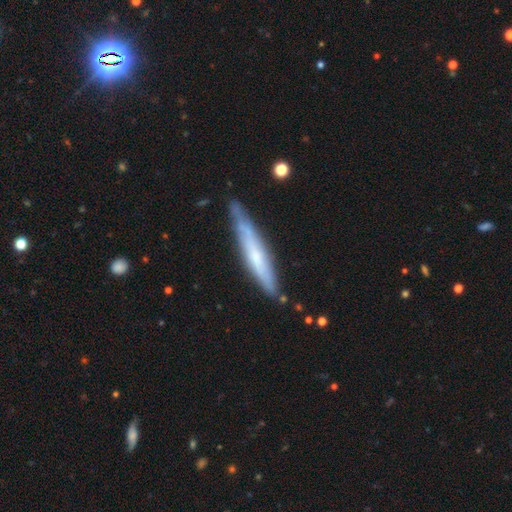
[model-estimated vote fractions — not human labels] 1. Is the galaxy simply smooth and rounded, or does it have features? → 52% featured or disk, 41% smooth, 6% star or artifact.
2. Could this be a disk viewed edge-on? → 83% yes, 17% no.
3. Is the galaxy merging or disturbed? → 76% none, 19% minor disturbance, 3% major disturbance, 2% merger.